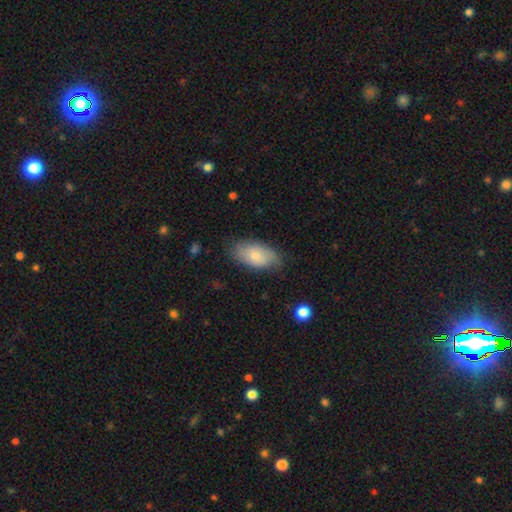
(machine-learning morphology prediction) Smooth or featured?
  - smooth: 70% *
  - featured or disk: 24%
  - star or artifact: 6%
How rounded?
  - in between: 93% *
  - round: 4%
  - cigar-shaped: 3%
Merging?
  - none: 71% *
  - minor disturbance: 23%
  - major disturbance: 5%
  - merger: 1%